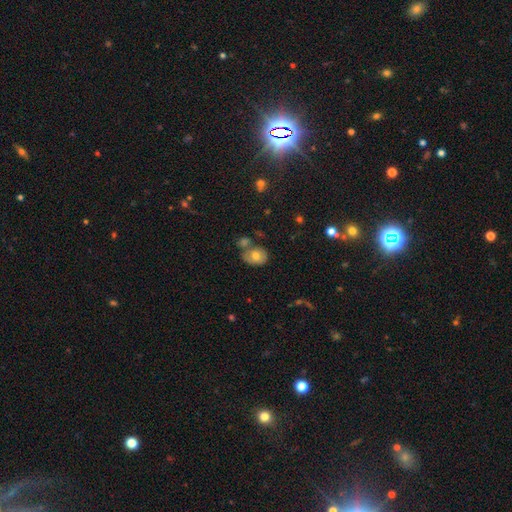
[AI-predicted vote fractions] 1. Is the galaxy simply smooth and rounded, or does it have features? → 69% smooth, 22% featured or disk, 9% star or artifact.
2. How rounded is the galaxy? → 52% in between, 47% round, 1% cigar-shaped.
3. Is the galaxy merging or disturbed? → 47% none, 28% merger, 18% minor disturbance, 7% major disturbance.